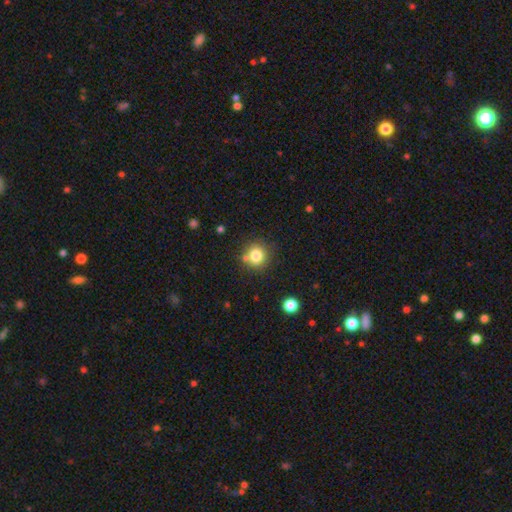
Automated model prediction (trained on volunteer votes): smooth 80%, star or artifact 12%, featured or disk 9%. Down the decision tree: how rounded — round (90%); merging — none (73%).